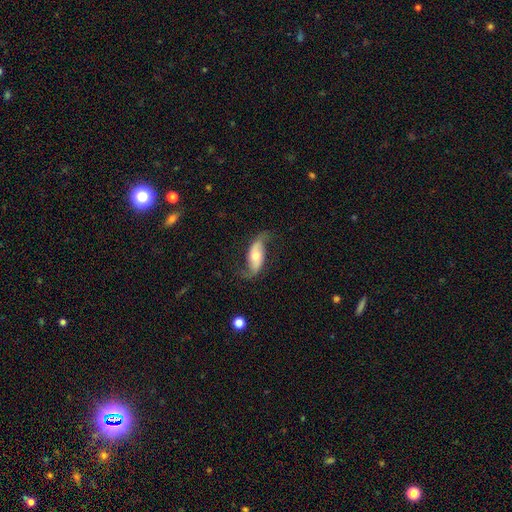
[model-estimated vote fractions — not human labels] Morphology: type=featured or disk (75%); edge-on=no (90%); bar=no (53%); spiral arms=yes (91%); winding=loose (77%); arm count=2 (92%); bulge=moderate (67%); merging=none (70%).